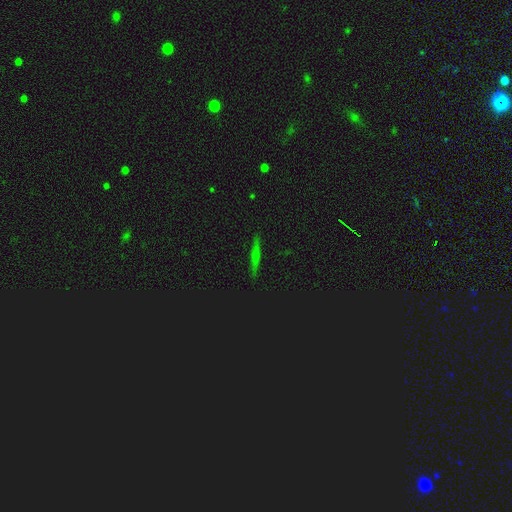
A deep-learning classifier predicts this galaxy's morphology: This appears to be a featured or disk galaxy (48%). Merging: none (91%).